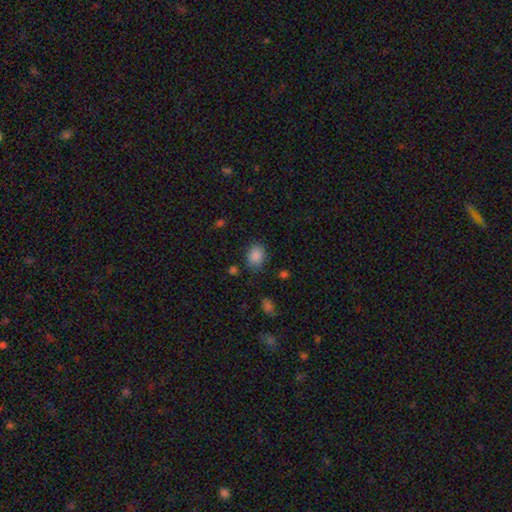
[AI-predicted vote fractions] Smooth or featured: smooth — 86% (star or artifact — 10%)
How rounded: in between — 51% (round — 48%)
Merging: none — 76% (minor disturbance — 17%)